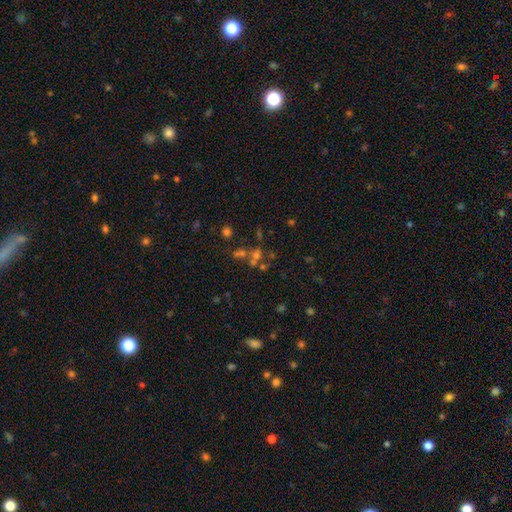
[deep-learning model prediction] smooth_or_featured: smooth (p=0.40) [alt: star or artifact p=0.38]
merging: none (p=0.47) [alt: merger p=0.36]